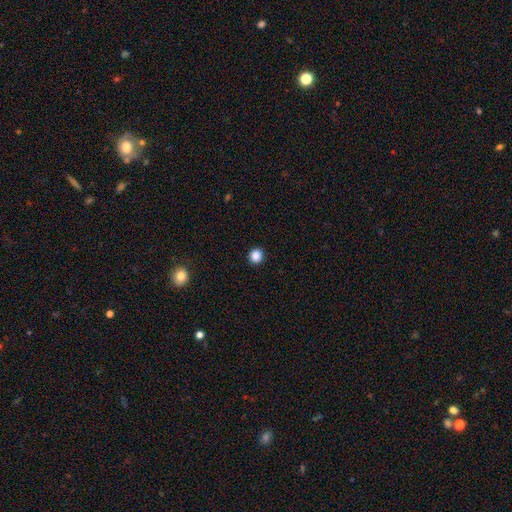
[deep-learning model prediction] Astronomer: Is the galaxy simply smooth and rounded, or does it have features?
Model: smooth — 87%.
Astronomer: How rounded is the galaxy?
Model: round — 91%.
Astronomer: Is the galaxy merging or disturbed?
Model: none — 93%.